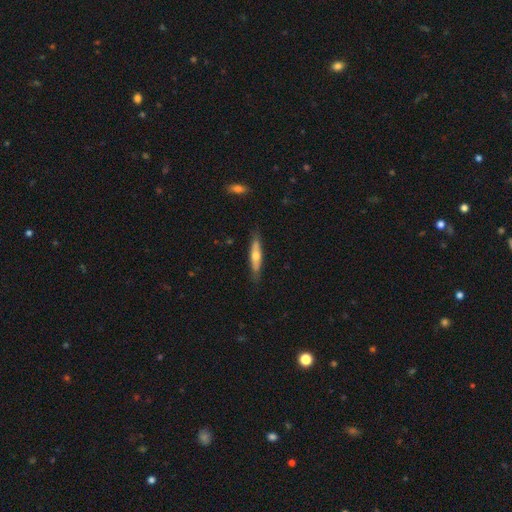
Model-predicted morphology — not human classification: Overall: smooth (48%; featured or disk 47%). Merging: none (83%).